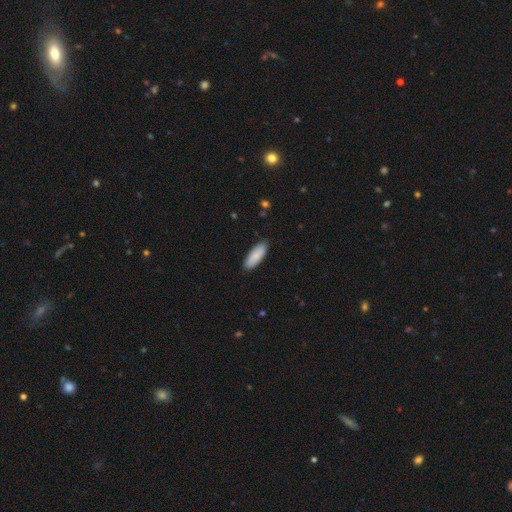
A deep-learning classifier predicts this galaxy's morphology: A smooth galaxy with no disk features (86%) that is in between round and cigar-shaped (65%). Merging: none (88%).